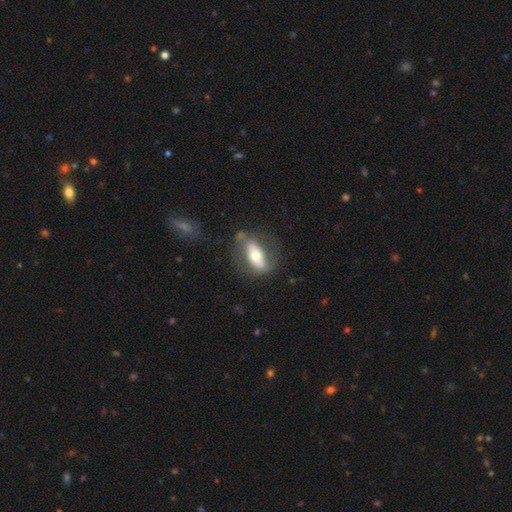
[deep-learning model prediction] Morphology: type=featured or disk (52%); edge-on=no (79%); merging=none (58%).